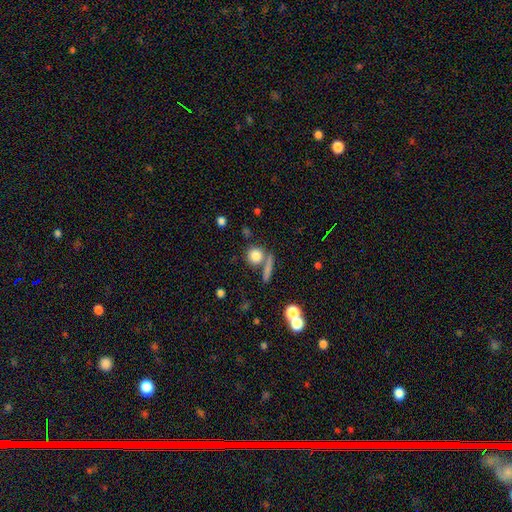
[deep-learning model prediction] The model was most divided on "merging": none: 63%, merger: 23%, minor disturbance: 9%, major disturbance: 5%. More confident: how rounded — round (84%); smooth or featured — smooth (80%).